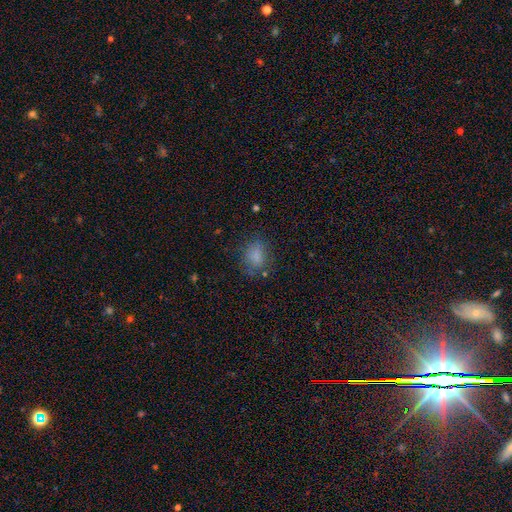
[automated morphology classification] Smooth or featured: smooth — 78% (star or artifact — 12%)
How rounded: in between — 64% (round — 34%)
Merging: none — 69% (minor disturbance — 20%)